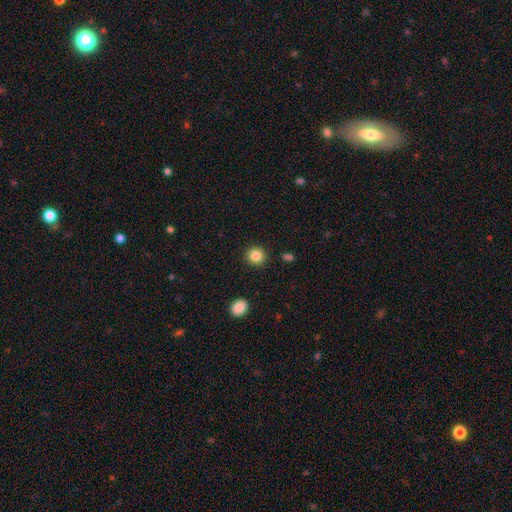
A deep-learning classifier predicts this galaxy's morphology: The model was most divided on "smooth or featured": smooth: 86%, star or artifact: 10%, featured or disk: 5%. More confident: how rounded — round (91%); merging — none (91%).